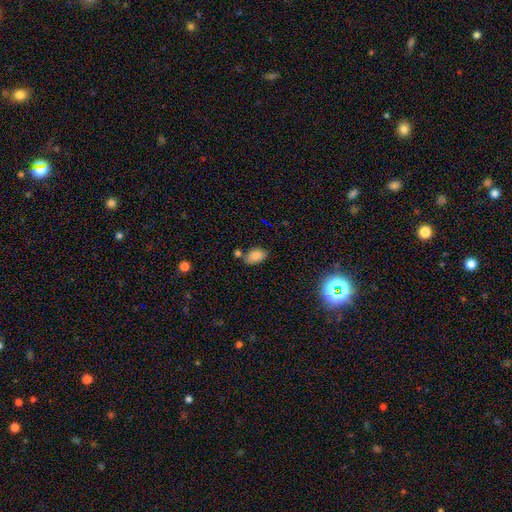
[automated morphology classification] smooth_or_featured: smooth (p=0.82) [alt: star or artifact p=0.11]
how_rounded: in between (p=0.90) [alt: round p=0.08]
merging: none (p=0.68) [alt: minor disturbance p=0.16]